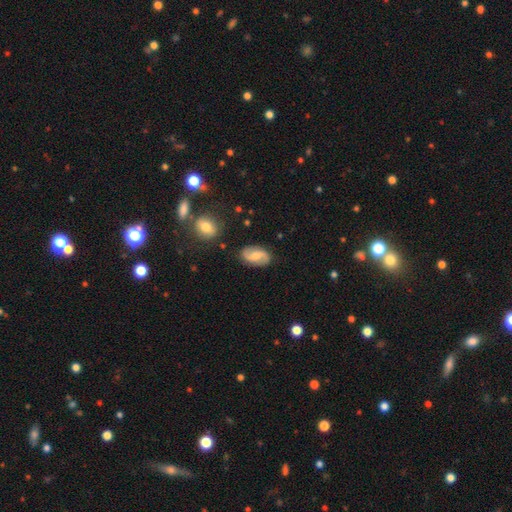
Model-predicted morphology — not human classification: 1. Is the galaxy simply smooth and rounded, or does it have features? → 70% featured or disk, 24% smooth, 6% star or artifact.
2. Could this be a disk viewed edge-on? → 97% no, 3% yes.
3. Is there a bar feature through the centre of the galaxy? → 44% weak (tied), 44% no (tied), 12% strong.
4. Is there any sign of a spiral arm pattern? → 93% yes, 7% no.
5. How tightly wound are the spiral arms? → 43% loose, 41% medium, 16% tight.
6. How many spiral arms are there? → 91% 2, 4% can't tell, 2% 1, 1% 3, 1% 4, 1% more than 4.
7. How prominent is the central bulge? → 56% moderate, 31% small, 7% none, 5% large, 1% dominant.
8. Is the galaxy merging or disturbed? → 84% none, 11% minor disturbance, 3% major disturbance, 2% merger.